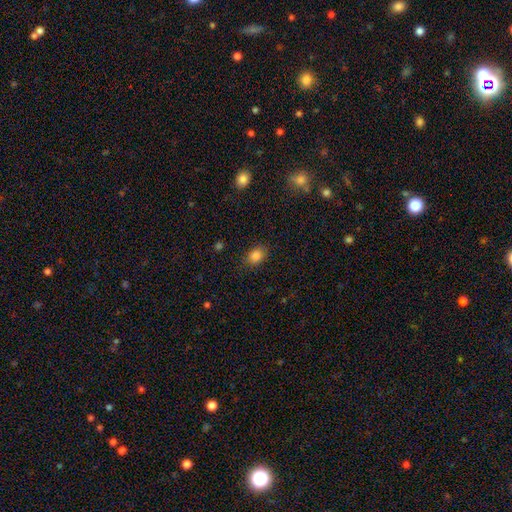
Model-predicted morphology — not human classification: Smooth or featured? smooth (84%)
How rounded? in between (69%)
Merging? none (82%)